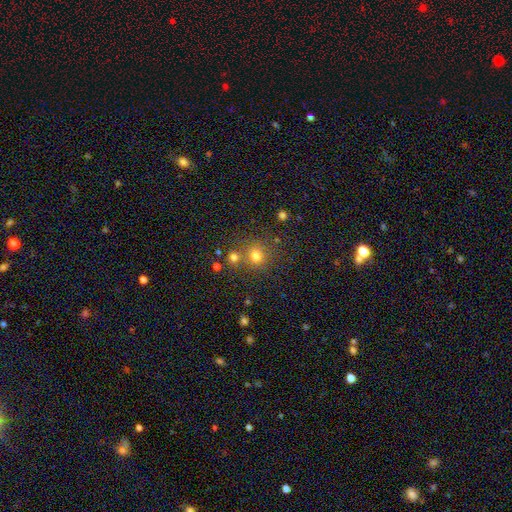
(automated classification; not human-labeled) Smooth or featured? smooth (73%)
How rounded? round (83%)
Merging? none (66%)